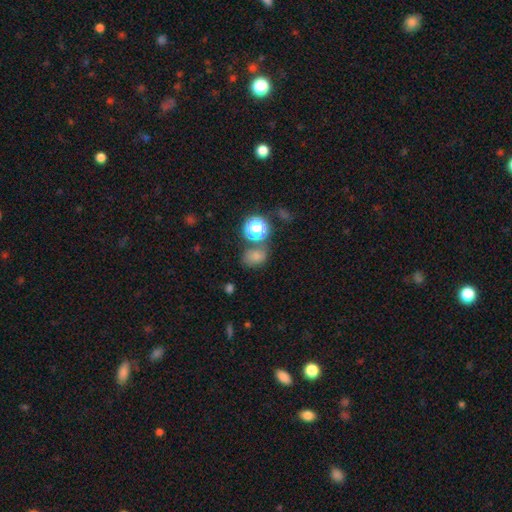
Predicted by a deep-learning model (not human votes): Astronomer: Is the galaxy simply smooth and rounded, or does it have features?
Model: smooth — 70%.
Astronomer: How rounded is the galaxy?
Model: in between — 52% (runner-up: round, 47%).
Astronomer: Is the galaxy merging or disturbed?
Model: none — 59%.